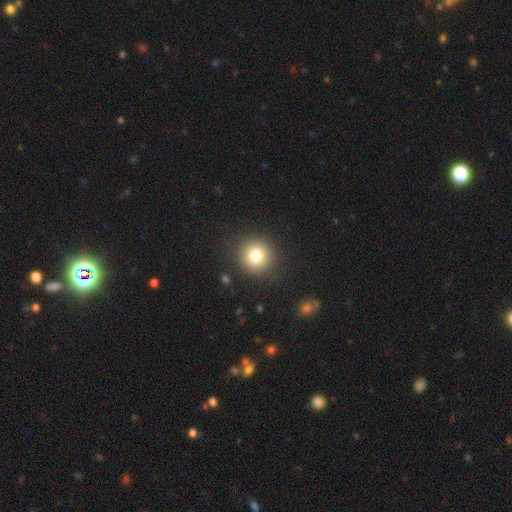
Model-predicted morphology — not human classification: type=smooth (79%); roundness=round (93%); merging=none (89%).